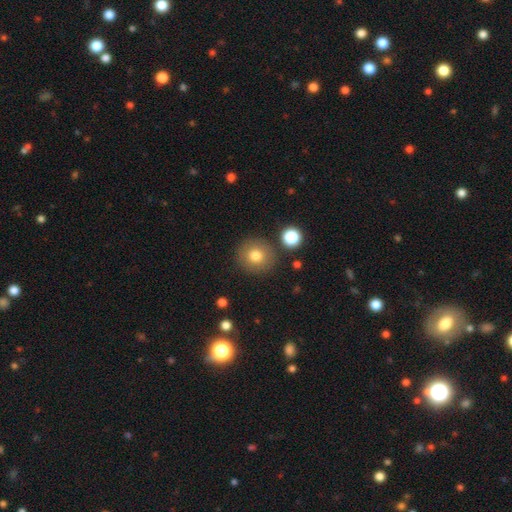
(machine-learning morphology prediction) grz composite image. It shows a smooth galaxy with no disk features (78%) that is round (92%). Merging: none (85%).